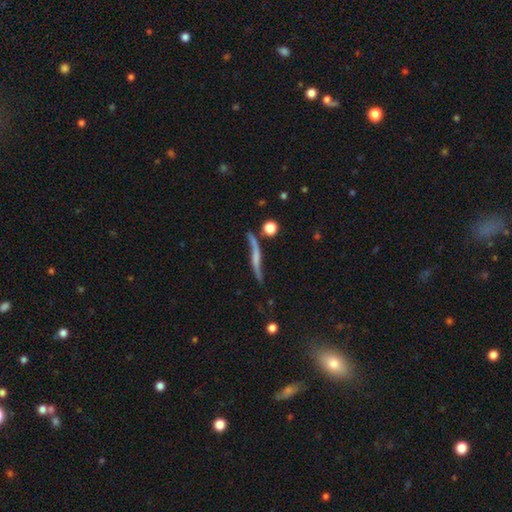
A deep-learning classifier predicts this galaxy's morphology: Q: Smooth or featured?
A: featured or disk (65%); runner-up: smooth (26%)
Q: Edge-on disk?
A: yes (68%); runner-up: no (32%)
Q: Merging?
A: none (61%); runner-up: minor disturbance (22%)